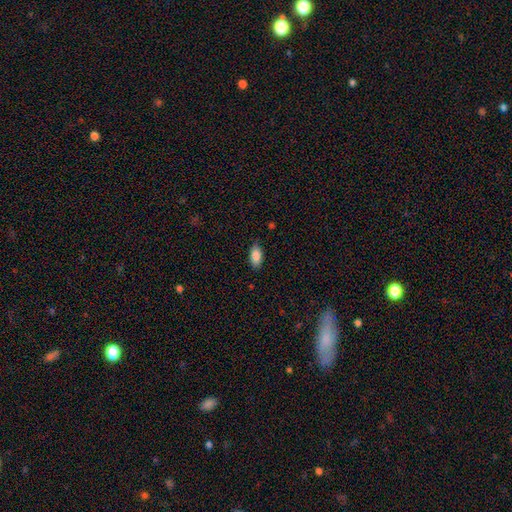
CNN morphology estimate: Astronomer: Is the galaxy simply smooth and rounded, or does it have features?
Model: smooth — 86%.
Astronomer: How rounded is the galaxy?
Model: in between — 90%.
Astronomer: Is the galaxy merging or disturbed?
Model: none — 82%.